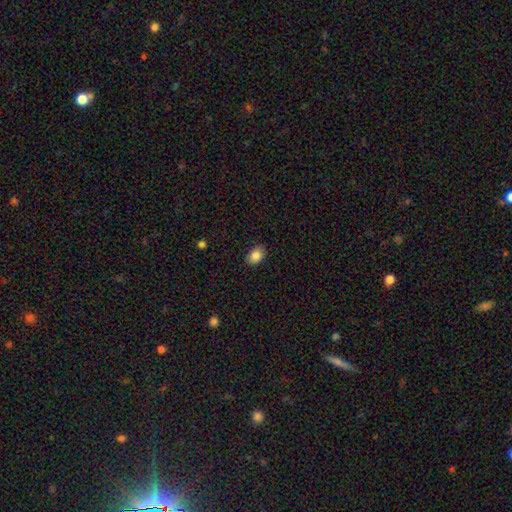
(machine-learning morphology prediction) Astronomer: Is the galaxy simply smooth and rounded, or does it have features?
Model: smooth — 87%.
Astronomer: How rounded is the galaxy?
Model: in between — 75%.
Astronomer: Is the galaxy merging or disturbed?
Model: none — 85%.